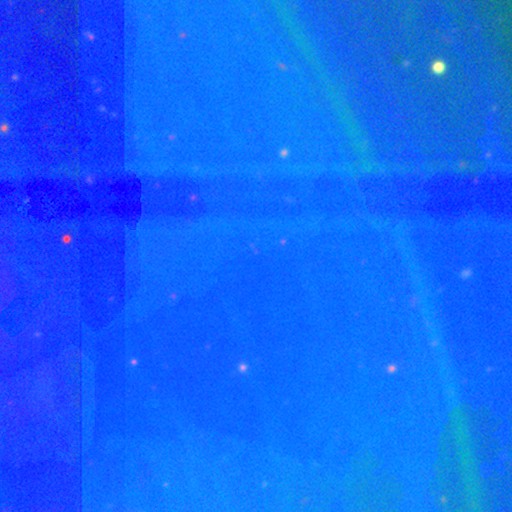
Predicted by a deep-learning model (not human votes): A star or artifact, not a galaxy (83%).